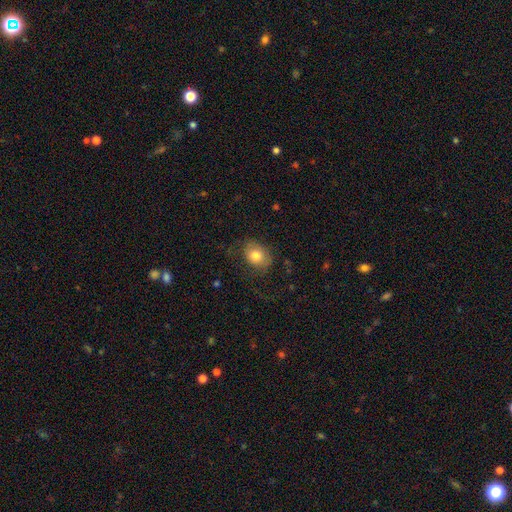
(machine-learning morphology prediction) Overall: smooth (78%). How rounded: round (51%; in between 48%). Merging: none (65%).